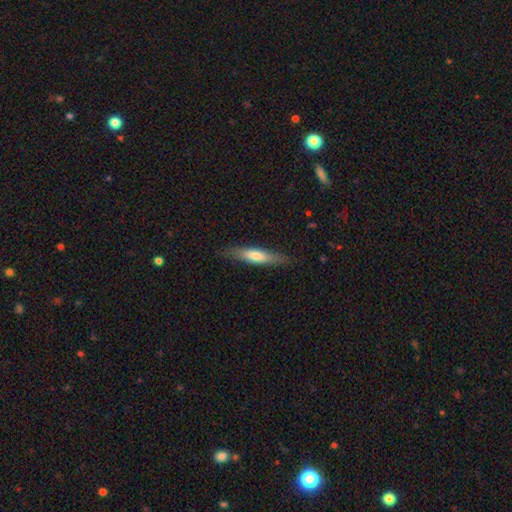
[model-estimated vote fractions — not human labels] Smooth or featured: smooth — 59% (featured or disk — 35%)
How rounded: cigar-shaped — 83% (in between — 15%)
Merging: none — 84% (minor disturbance — 12%)